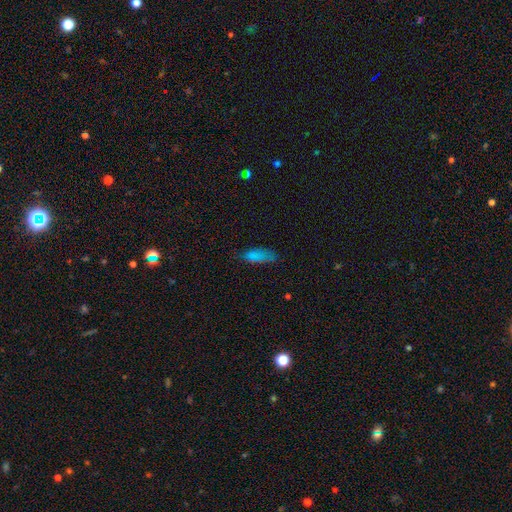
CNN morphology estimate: smooth-or-featured: smooth: 77% | star or artifact: 13% | featured or disk: 10%
  how-rounded: in between: 78% | cigar-shaped: 20% | round: 3%
  merging: none: 61% | minor disturbance: 27% | major disturbance: 9% | merger: 2%